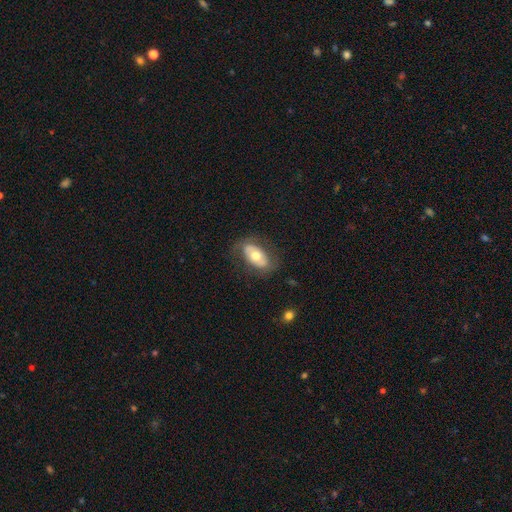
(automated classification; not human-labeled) A smooth galaxy with no disk features (52%) that is in between round and cigar-shaped (91%).

Vote fractions:
- Smooth or featured? smooth: 52% / featured or disk: 42% / star or artifact: 6%
- How rounded? in between: 91% / round: 6% / cigar-shaped: 3%
- Merging? none: 74% / minor disturbance: 17% / major disturbance: 8% / merger: 1%